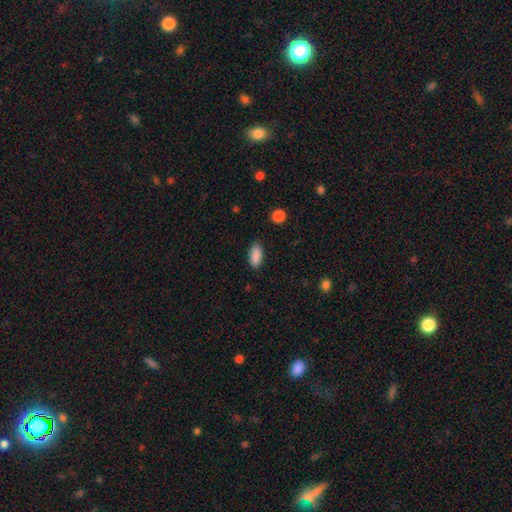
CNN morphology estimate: A smooth galaxy with no disk features (89%) that is in between round and cigar-shaped (87%). Merging: none (86%).